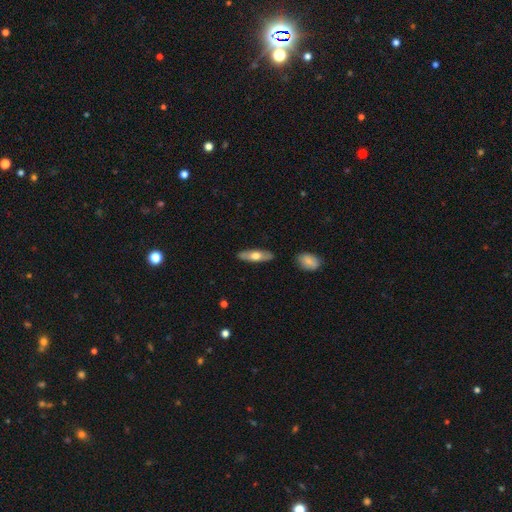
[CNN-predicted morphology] This is possibly a smooth galaxy (56%). How rounded: possibly in between (52%). Merging: clearly none (86%).